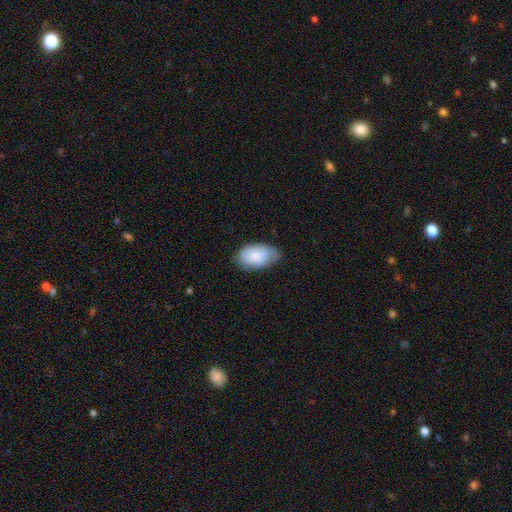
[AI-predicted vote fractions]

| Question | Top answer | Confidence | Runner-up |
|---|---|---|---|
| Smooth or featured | smooth | 84% | featured or disk (10%) |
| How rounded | in between | 94% | round (5%) |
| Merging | none | 72% | minor disturbance (23%) |